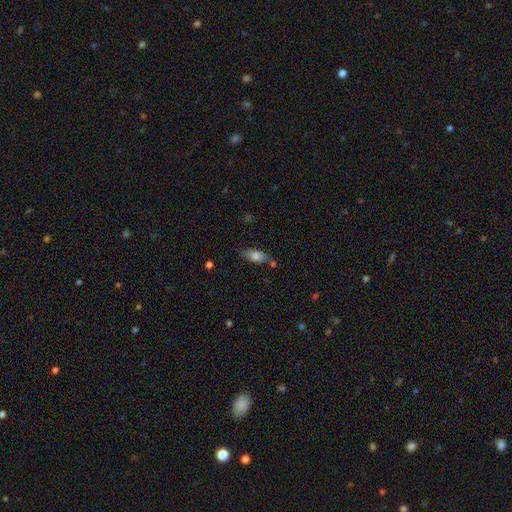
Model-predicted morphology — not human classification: Smooth or featured?
  - smooth: 72% *
  - featured or disk: 20%
  - star or artifact: 8%
How rounded?
  - in between: 78% *
  - cigar-shaped: 19%
  - round: 3%
Merging?
  - none: 68% *
  - minor disturbance: 19%
  - merger: 8%
  - major disturbance: 4%